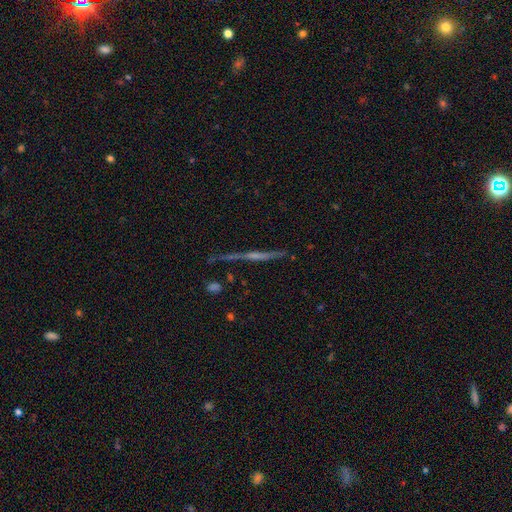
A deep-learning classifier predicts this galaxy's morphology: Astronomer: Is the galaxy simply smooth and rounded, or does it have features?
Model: featured or disk — 78%.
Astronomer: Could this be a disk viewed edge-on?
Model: yes — 97%.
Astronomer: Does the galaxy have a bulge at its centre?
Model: rounded — 59%.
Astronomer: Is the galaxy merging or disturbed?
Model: none — 84%.